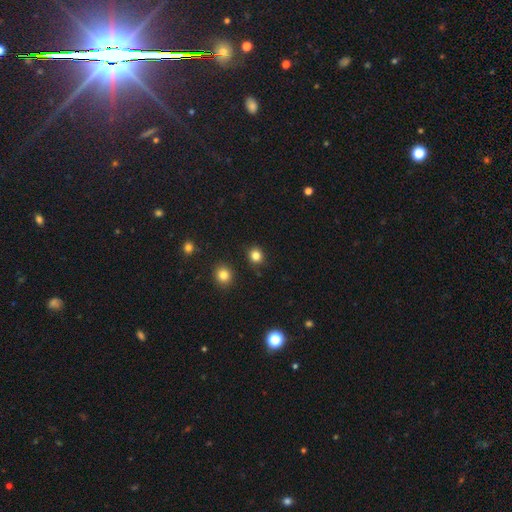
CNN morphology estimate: Smooth or featured: smooth — 83% (star or artifact — 13%)
How rounded: round — 82% (in between — 17%)
Merging: none — 88% (minor disturbance — 7%)